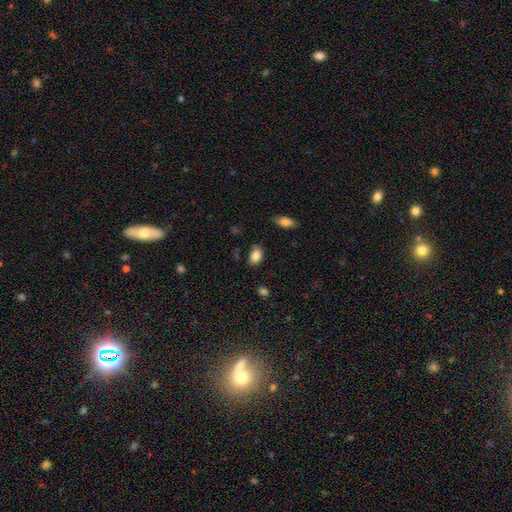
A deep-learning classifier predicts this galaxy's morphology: smooth-or-featured: smooth: 85% | star or artifact: 8% | featured or disk: 6%
  how-rounded: in between: 84% | round: 14% | cigar-shaped: 1%
  merging: none: 78% | minor disturbance: 17% | major disturbance: 3% | merger: 2%